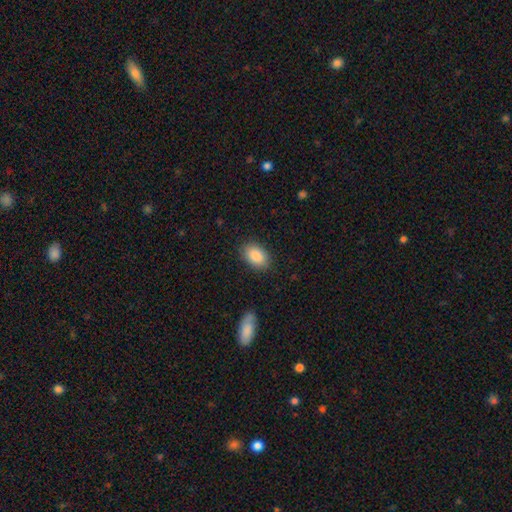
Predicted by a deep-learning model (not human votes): smooth_or_featured: smooth (p=0.87) [alt: star or artifact p=0.07]
how_rounded: in between (p=0.87) [alt: round p=0.11]
merging: none (p=0.86) [alt: minor disturbance p=0.10]